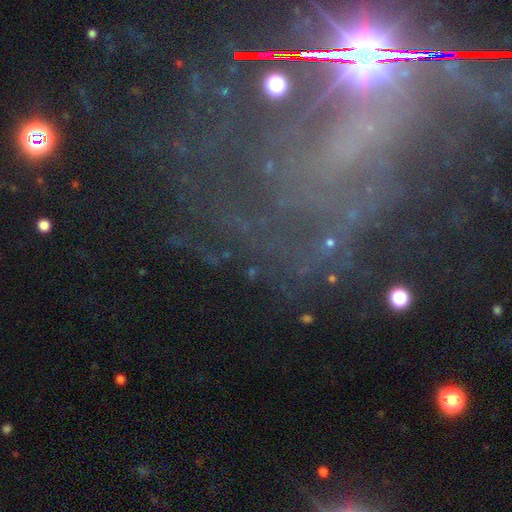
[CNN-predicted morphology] A star or artifact, not a galaxy (46%).

Vote fractions:
- Smooth or featured? star or artifact: 46% / featured or disk: 40% / smooth: 13%